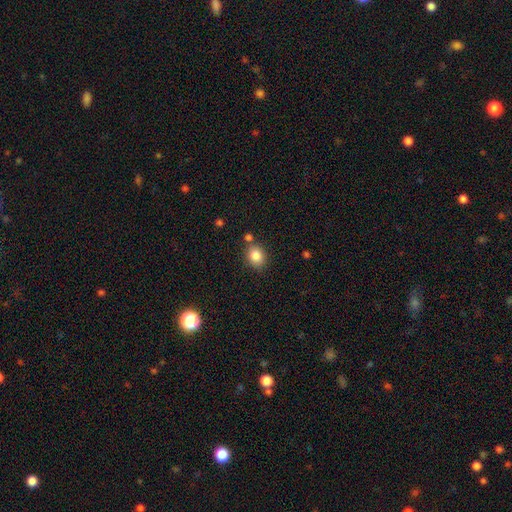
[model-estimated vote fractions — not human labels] Overall: smooth (85%). How rounded: round (51%; in between 48%). Merging: none (75%).